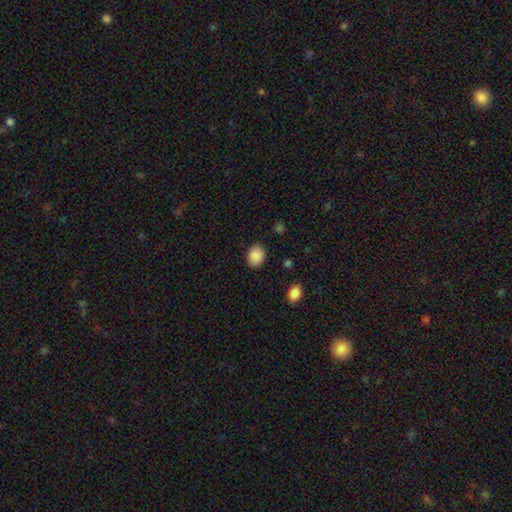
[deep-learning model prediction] Morphology: type=smooth (89%); roundness=in between (62%); merging=none (86%).